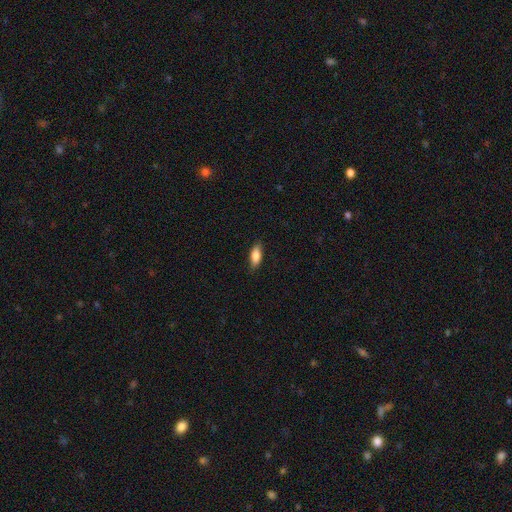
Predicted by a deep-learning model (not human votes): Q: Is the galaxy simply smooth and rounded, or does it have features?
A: smooth — 84%.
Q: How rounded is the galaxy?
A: in between — 75%.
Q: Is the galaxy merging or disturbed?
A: none — 82%.